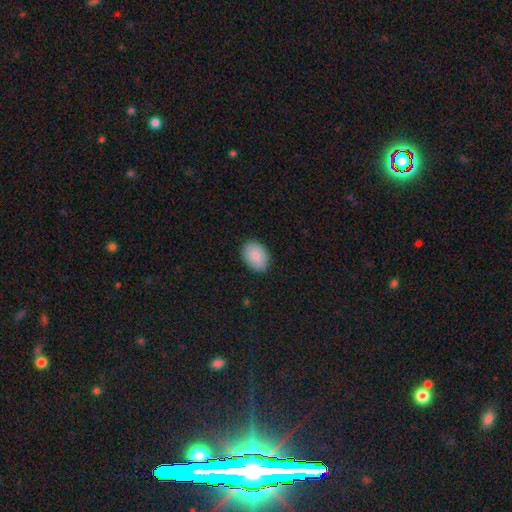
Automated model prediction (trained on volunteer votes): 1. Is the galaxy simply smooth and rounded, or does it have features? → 84% smooth, 10% featured or disk, 7% star or artifact.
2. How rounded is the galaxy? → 75% in between, 24% round, 1% cigar-shaped.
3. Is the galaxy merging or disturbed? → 85% none, 12% minor disturbance, 2% major disturbance, 1% merger.